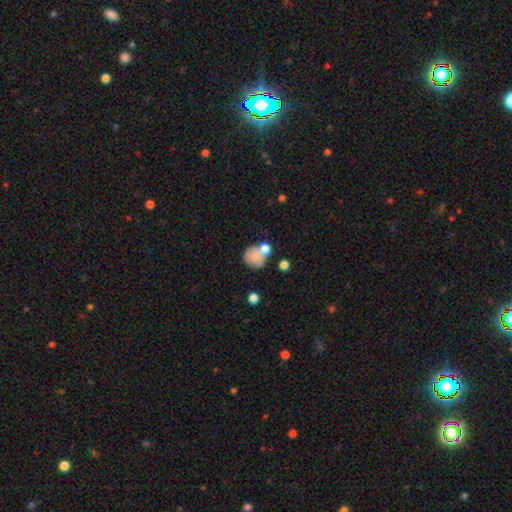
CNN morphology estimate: Smooth or featured?
  - smooth: 73% *
  - featured or disk: 17%
  - star or artifact: 10%
How rounded?
  - round: 72% *
  - in between: 27%
  - cigar-shaped: 1%
Merging?
  - none: 42% *
  - merger: 28%
  - minor disturbance: 19%
  - major disturbance: 11%